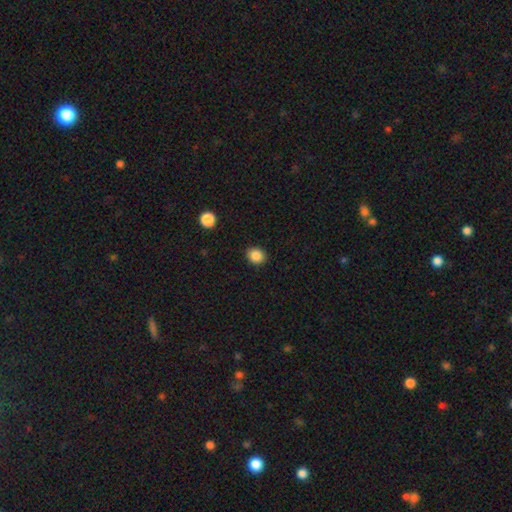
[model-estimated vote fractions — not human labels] This is clearly a smooth galaxy (86%). How rounded: likely round (70%). Merging: clearly none (90%).